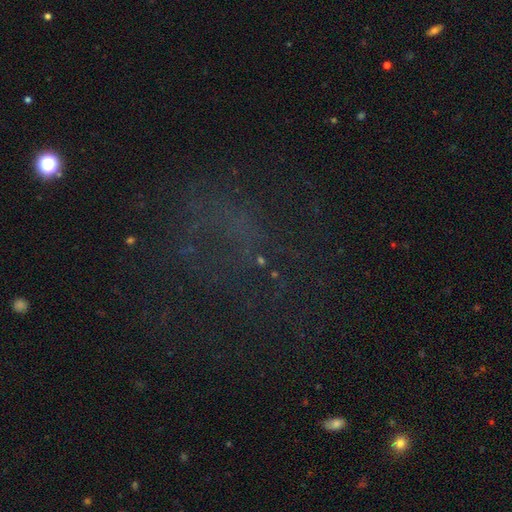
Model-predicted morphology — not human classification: The model was most divided on "smooth or featured": star or artifact: 48%, featured or disk: 28%, smooth: 24%.